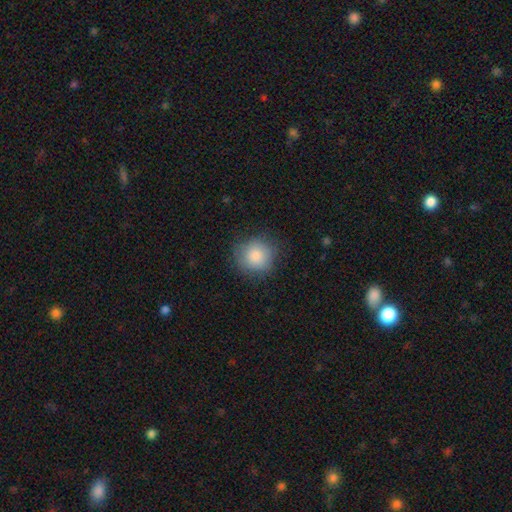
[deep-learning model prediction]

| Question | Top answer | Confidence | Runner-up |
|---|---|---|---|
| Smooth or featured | smooth | 83% | star or artifact (8%) |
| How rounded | round | 92% | in between (7%) |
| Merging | none | 82% | minor disturbance (13%) |